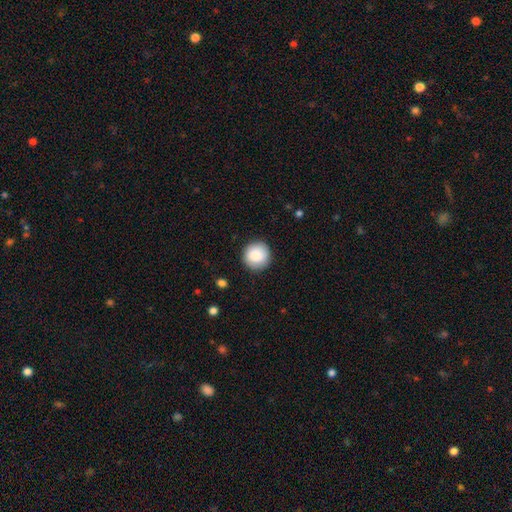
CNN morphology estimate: The model was most divided on "smooth or featured": smooth: 89%, star or artifact: 7%, featured or disk: 4%. More confident: how rounded — round (95%); merging — none (91%).